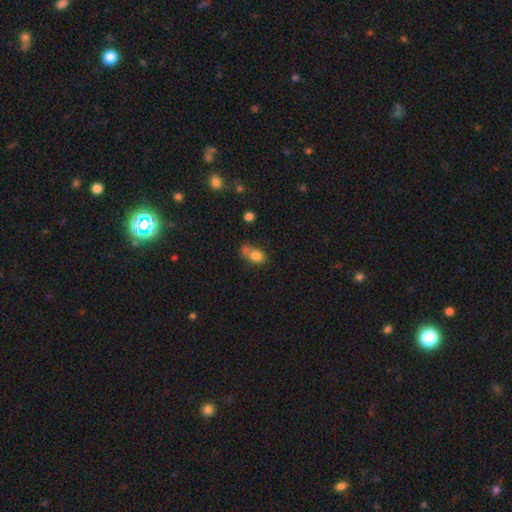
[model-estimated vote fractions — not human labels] This appears to be a smooth galaxy with no disk features (78%) that is in between round and cigar-shaped (58%). Merging: merger (39%).